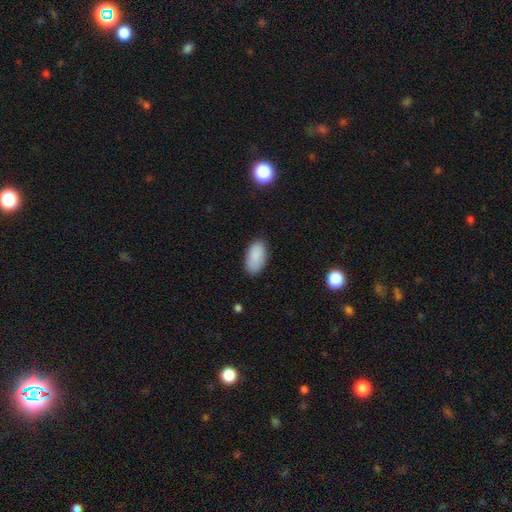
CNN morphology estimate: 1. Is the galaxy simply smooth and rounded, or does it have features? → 89% smooth, 7% star or artifact, 4% featured or disk.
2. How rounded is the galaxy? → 95% in between, 3% round, 2% cigar-shaped.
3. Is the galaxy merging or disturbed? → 85% none, 12% minor disturbance, 3% major disturbance, 1% merger.